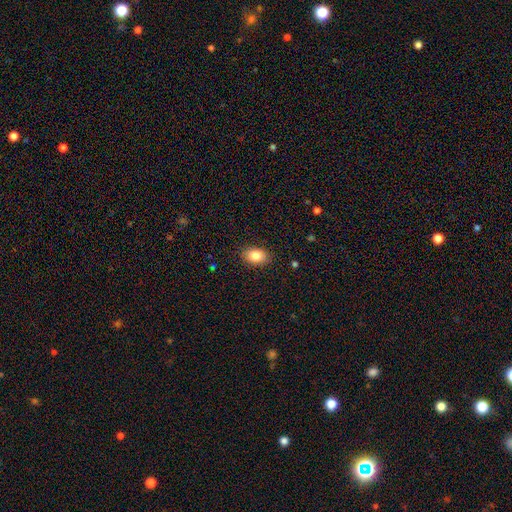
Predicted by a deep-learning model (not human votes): smooth 86%, star or artifact 8%, featured or disk 6%. Down the decision tree: how rounded — in between (83%); merging — none (87%).